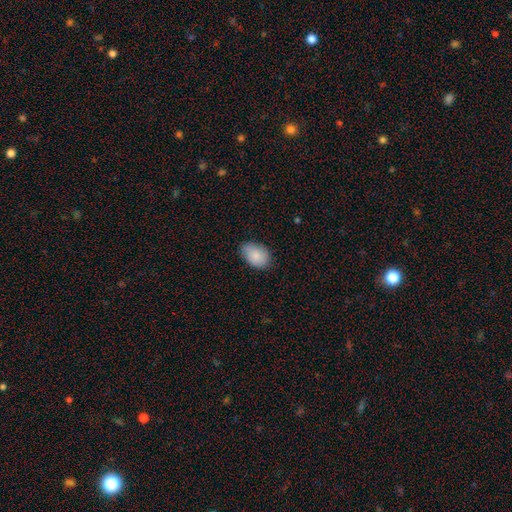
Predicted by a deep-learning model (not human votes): smooth_or_featured: smooth (p=0.86) [alt: featured or disk p=0.07]
how_rounded: in between (p=0.88) [alt: round p=0.11]
merging: none (p=0.78) [alt: minor disturbance p=0.18]